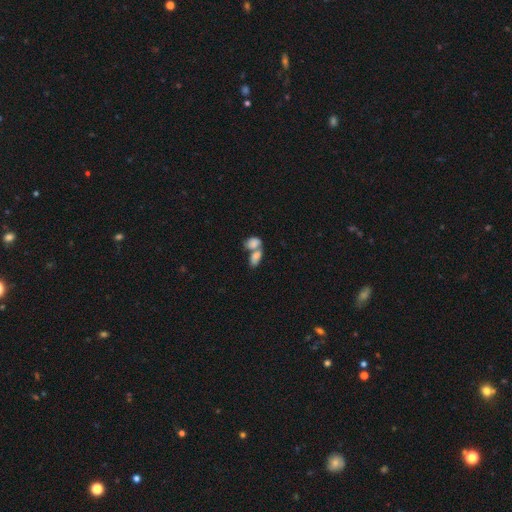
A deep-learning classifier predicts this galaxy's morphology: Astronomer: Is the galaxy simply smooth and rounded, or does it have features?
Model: smooth — 78%.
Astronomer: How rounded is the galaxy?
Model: in between — 90%.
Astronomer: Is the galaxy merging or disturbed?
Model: merger — 70%.